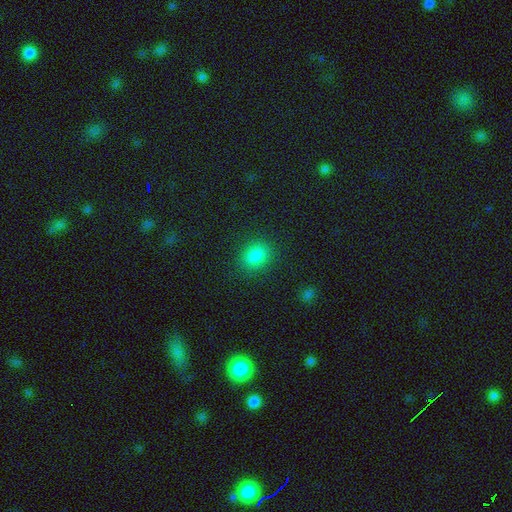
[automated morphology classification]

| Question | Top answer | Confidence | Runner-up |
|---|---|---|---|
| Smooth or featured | smooth | 84% | star or artifact (12%) |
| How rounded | round | 56% | in between (43%) |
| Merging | none | 87% | minor disturbance (9%) |